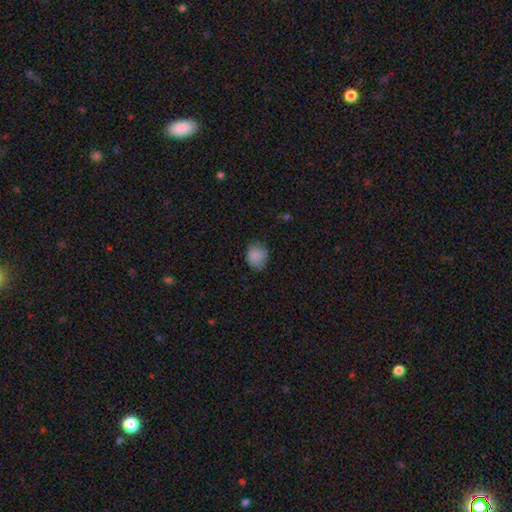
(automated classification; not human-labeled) smooth_or_featured: smooth (p=0.85) [alt: star or artifact p=0.09]
how_rounded: round (p=0.63) [alt: in between p=0.36]
merging: none (p=0.70) [alt: minor disturbance p=0.23]